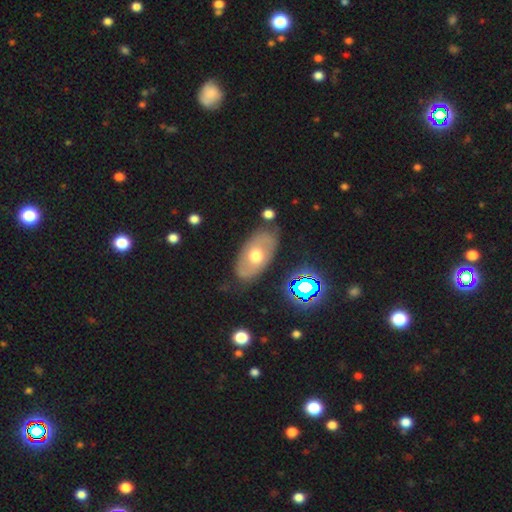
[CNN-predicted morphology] Smooth or featured? featured or disk (50%)
Merging? none (78%)